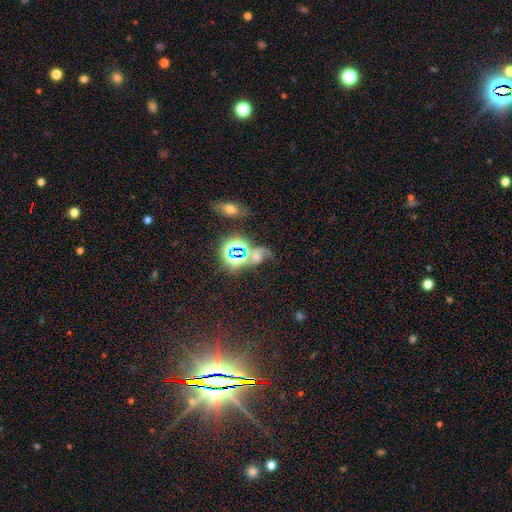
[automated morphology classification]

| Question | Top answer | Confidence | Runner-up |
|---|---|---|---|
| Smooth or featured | star or artifact | 47% | smooth (27%) |